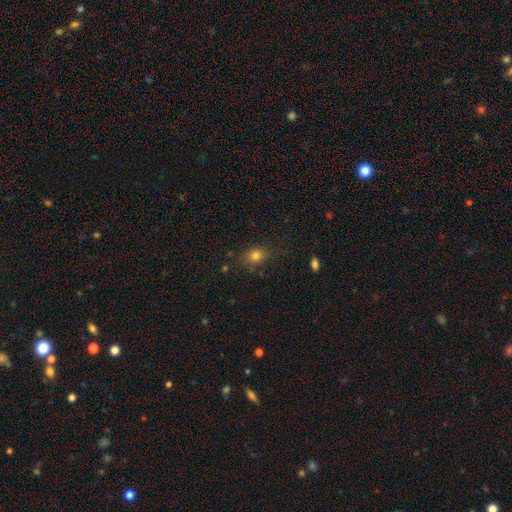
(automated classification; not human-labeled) Overall: smooth (77%). How rounded: round (53%; in between 45%). Merging: none (73%).